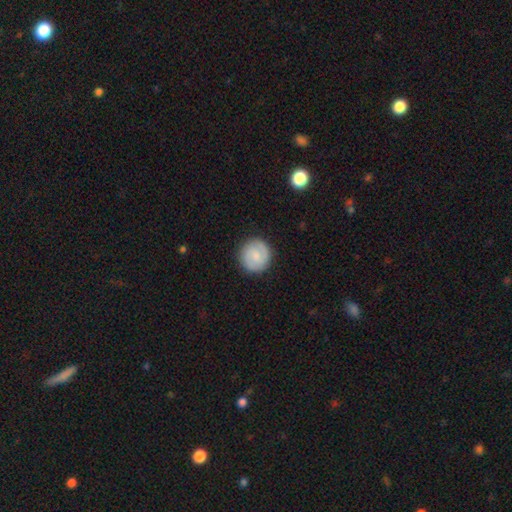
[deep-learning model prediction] Smooth or featured? smooth (55%)
How rounded? round (93%)
Merging? none (89%)